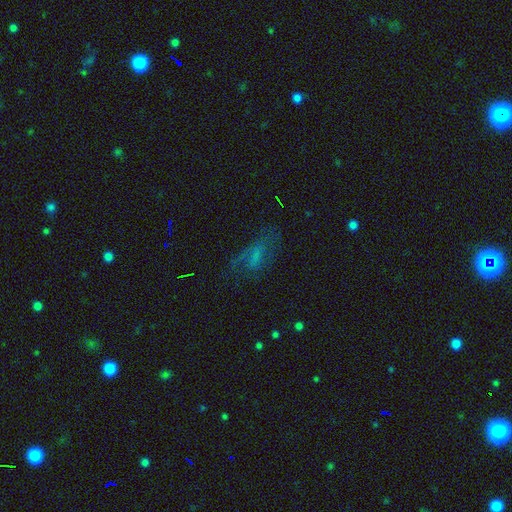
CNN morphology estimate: type=featured or disk (40%); merging=none (49%).